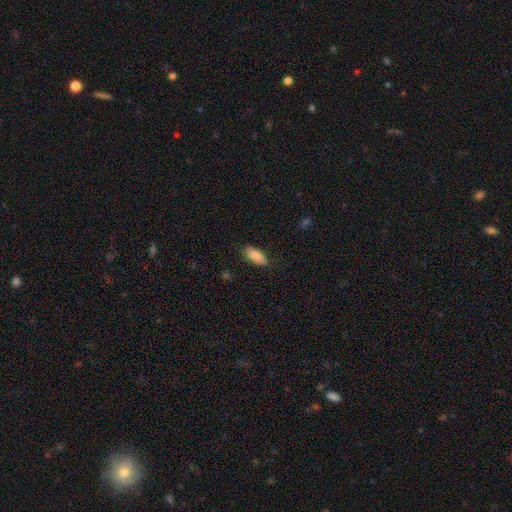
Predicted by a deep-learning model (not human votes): The model was most divided on "how rounded": in between: 81%, cigar-shaped: 17%, round: 2%. More confident: smooth or featured — smooth (85%); merging — none (83%).